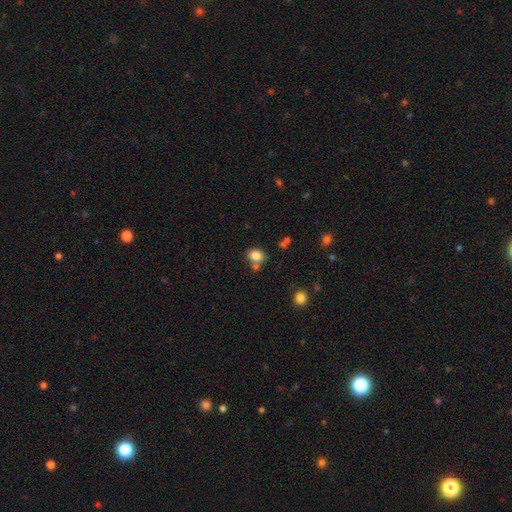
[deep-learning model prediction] smooth 82%, star or artifact 11%, featured or disk 7%. Down the decision tree: how rounded — in between (56%); merging — none (62%).